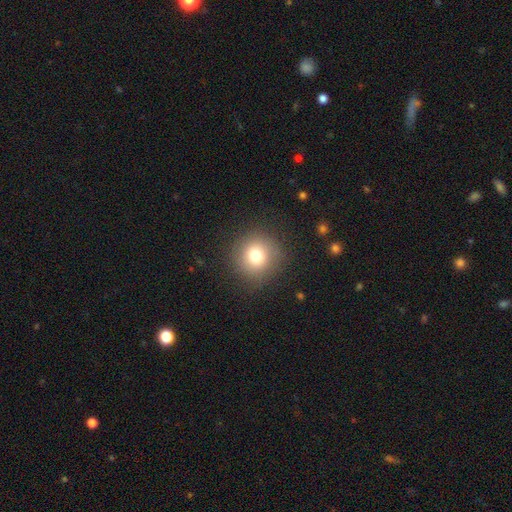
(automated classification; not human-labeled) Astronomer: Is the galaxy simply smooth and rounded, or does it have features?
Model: smooth — 77%.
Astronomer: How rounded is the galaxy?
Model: round — 93%.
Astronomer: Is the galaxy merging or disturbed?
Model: none — 87%.